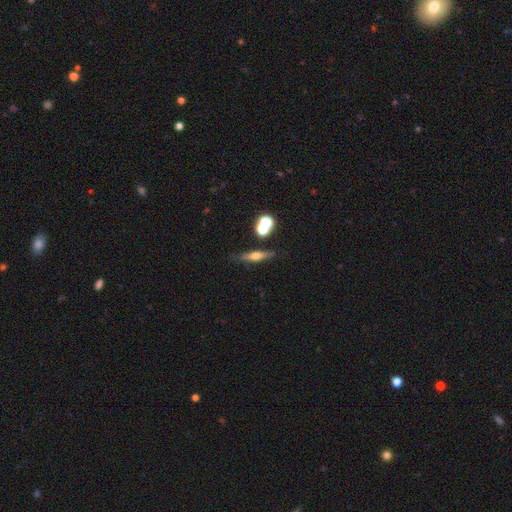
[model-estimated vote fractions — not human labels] This appears to be a featured or disk galaxy (51%) viewed edge-on (91%). Merging: none (77%).